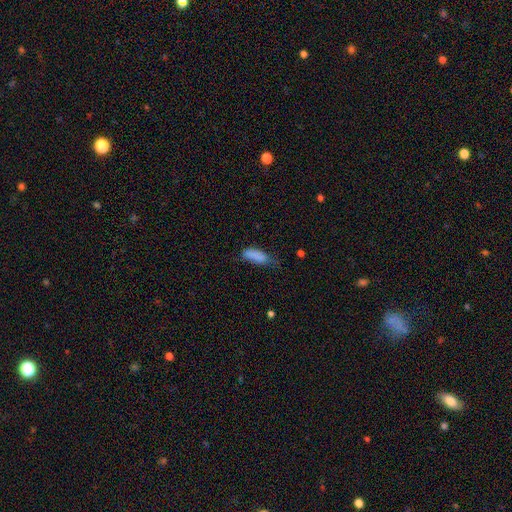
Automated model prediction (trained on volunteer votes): The model was most divided on "merging": none: 42%, minor disturbance: 41%, major disturbance: 15%, merger: 3%. More confident: smooth or featured — smooth (84%); how rounded — in between (69%).